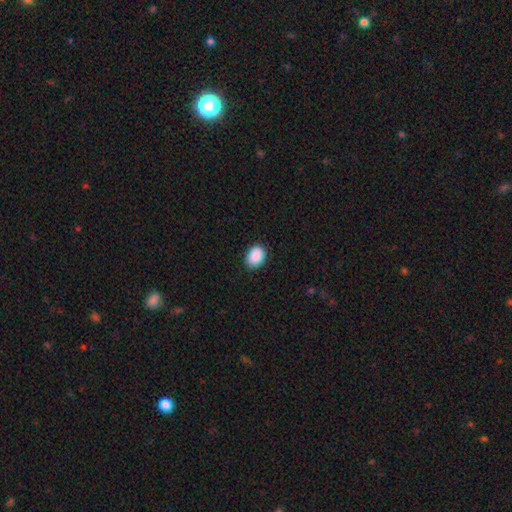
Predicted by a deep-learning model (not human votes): smooth 91%, star or artifact 7%, featured or disk 2%. Down the decision tree: how rounded — in between (72%); merging — none (87%).